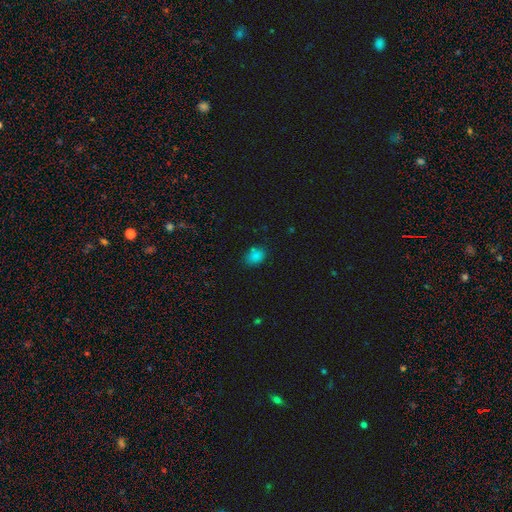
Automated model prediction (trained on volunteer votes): Smooth or featured? Predicted: smooth (p=0.80). How rounded? Predicted: in between (p=0.63). Merging? Predicted: none (p=0.73).